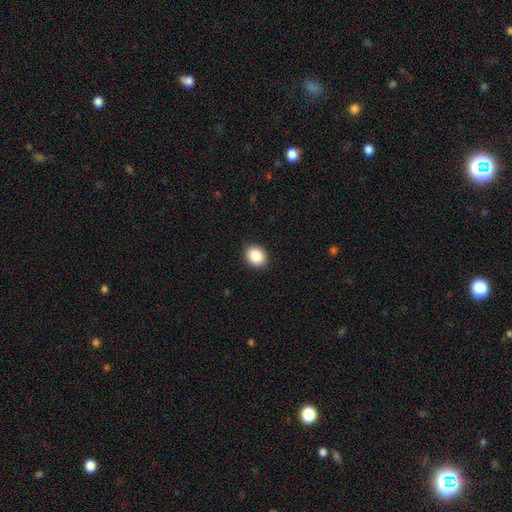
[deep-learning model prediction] Overall: smooth (88%). How rounded: in between (52%; round 47%). Merging: none (90%).